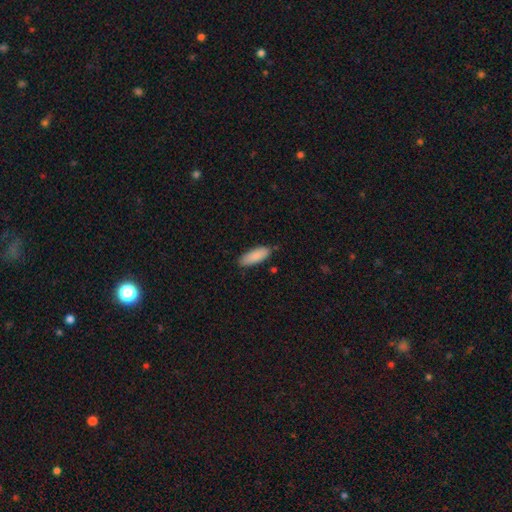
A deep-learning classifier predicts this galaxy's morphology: The model was most divided on "how rounded": in between: 73%, cigar-shaped: 26%, round: 2%. More confident: smooth or featured — smooth (88%); merging — none (81%).